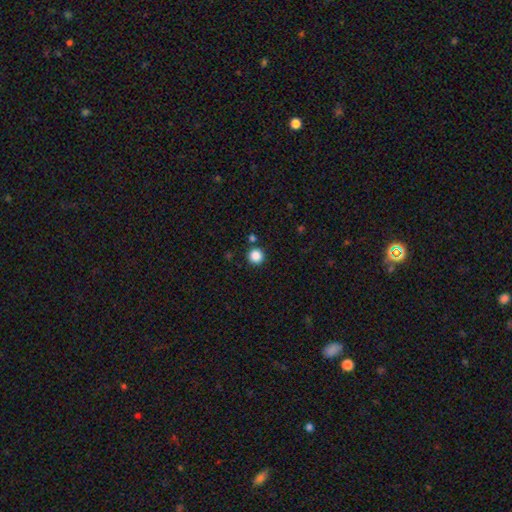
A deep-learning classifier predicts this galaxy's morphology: The model was most divided on "smooth or featured": smooth: 86%, star or artifact: 11%, featured or disk: 3%. More confident: how rounded — round (96%); merging — none (89%).